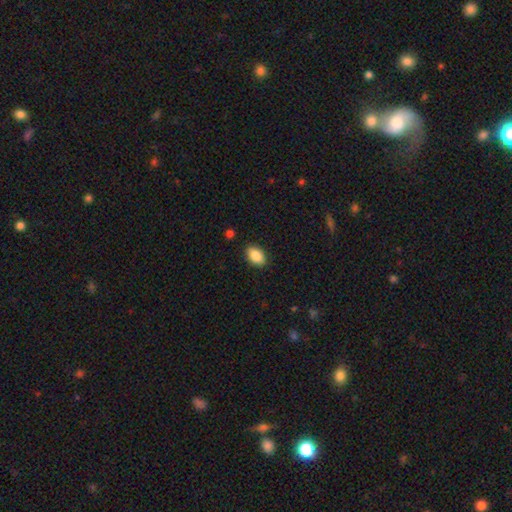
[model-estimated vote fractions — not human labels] This is clearly a smooth galaxy (87%). How rounded: clearly in between (91%). Merging: clearly none (88%).